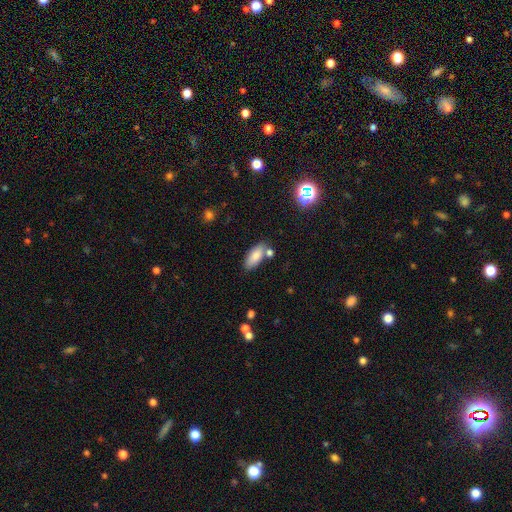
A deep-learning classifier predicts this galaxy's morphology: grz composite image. It shows a smooth galaxy with no disk features (83%) that is in between round and cigar-shaped (84%). Merging: none (70%).